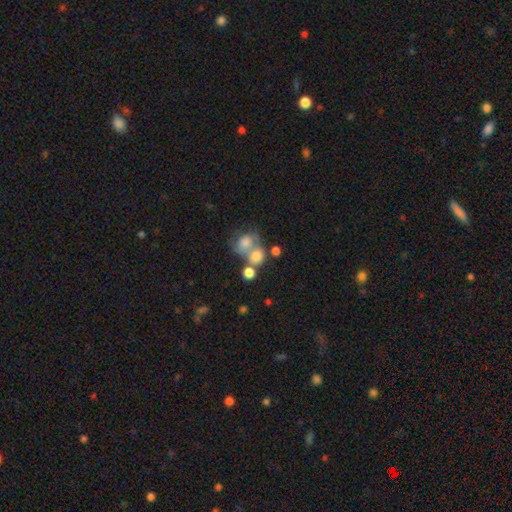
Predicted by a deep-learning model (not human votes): smooth-or-featured: smooth: 72% | featured or disk: 16% | star or artifact: 12%
  how-rounded: round: 68% | in between: 31% | cigar-shaped: 1%
  merging: merger: 49% | none: 33% | minor disturbance: 10% | major disturbance: 8%